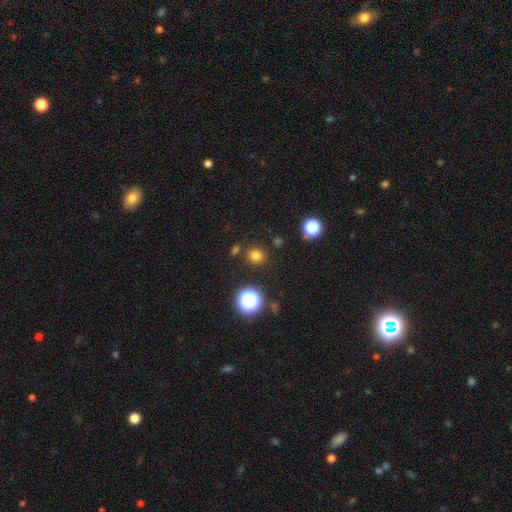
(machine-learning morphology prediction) This is likely a smooth galaxy (76%). How rounded: clearly round (87%). Merging: clearly none (86%).